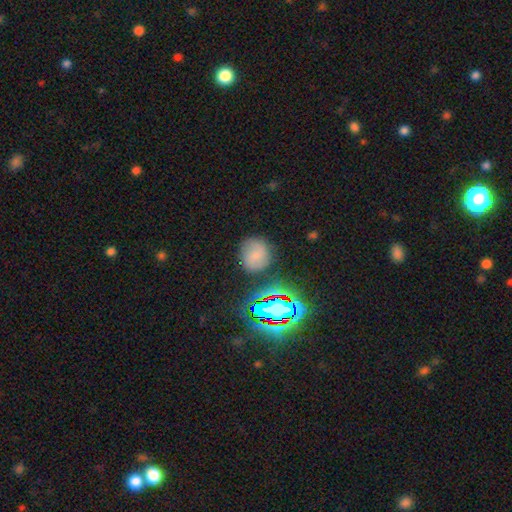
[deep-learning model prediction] Smooth or featured?
  - smooth: 63% *
  - featured or disk: 18%
  - star or artifact: 18%
How rounded?
  - round: 79% *
  - in between: 20%
  - cigar-shaped: 1%
Merging?
  - none: 78% *
  - minor disturbance: 14%
  - major disturbance: 5%
  - merger: 3%